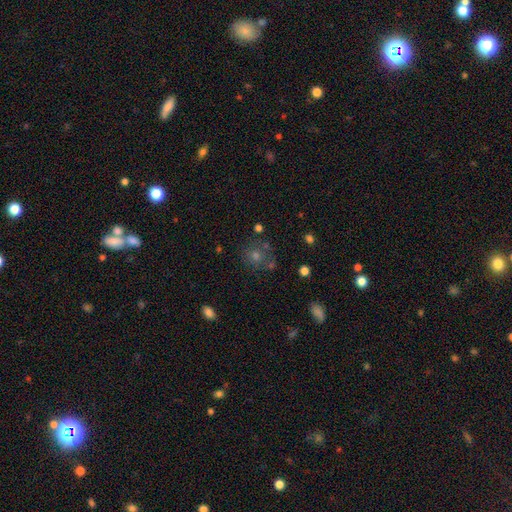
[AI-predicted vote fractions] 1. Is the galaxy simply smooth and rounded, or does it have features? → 52% smooth, 28% star or artifact, 20% featured or disk.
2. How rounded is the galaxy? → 85% round, 14% in between, 1% cigar-shaped.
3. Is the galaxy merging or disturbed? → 71% none, 13% minor disturbance, 9% merger, 7% major disturbance.